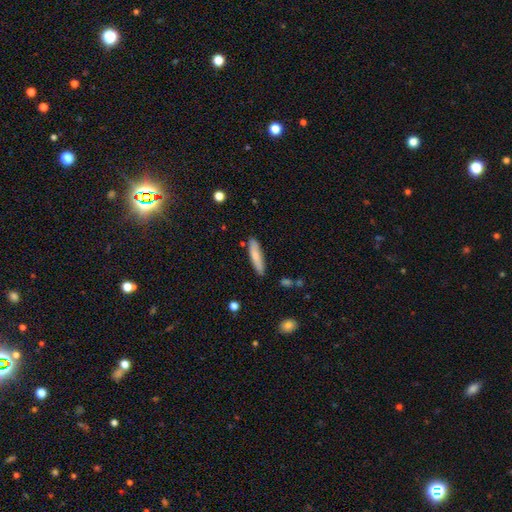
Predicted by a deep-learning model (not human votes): smooth-or-featured: smooth: 75% | featured or disk: 19% | star or artifact: 6%
  how-rounded: cigar-shaped: 80% | in between: 19% | round: 2%
  merging: none: 85% | minor disturbance: 11% | merger: 2% | major disturbance: 2%